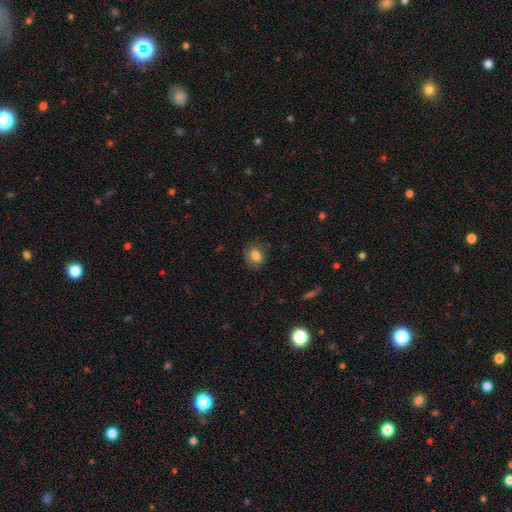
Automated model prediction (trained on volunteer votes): Smooth or featured?
  - smooth: 82% *
  - star or artifact: 10%
  - featured or disk: 9%
How rounded?
  - round: 54% *
  - in between: 45%
  - cigar-shaped: 1%
Merging?
  - none: 78% *
  - minor disturbance: 16%
  - major disturbance: 5%
  - merger: 1%